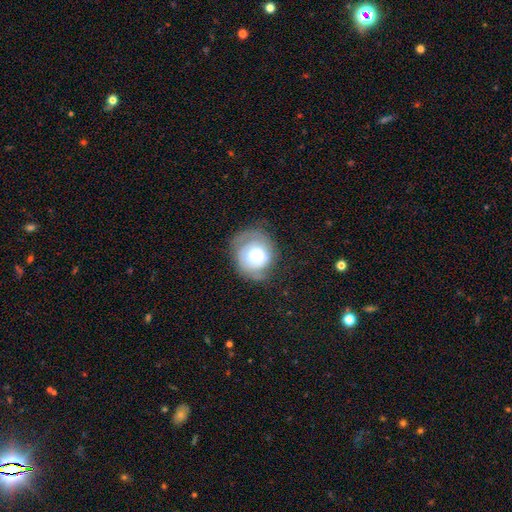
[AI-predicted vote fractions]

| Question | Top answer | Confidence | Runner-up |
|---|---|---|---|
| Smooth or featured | featured or disk | 49% | smooth (43%) |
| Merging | none | 59% | minor disturbance (25%) |